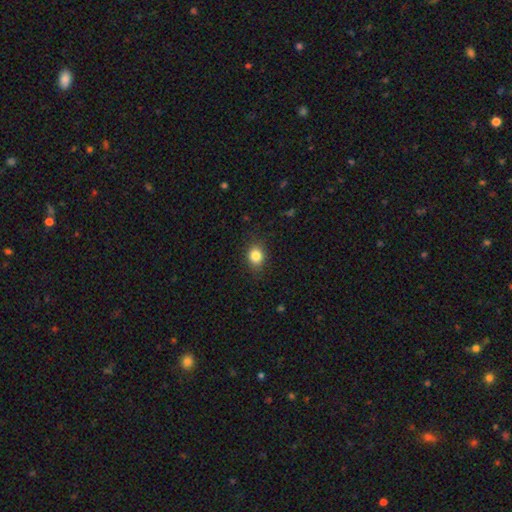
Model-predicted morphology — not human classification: Q: Smooth or featured?
A: smooth (84%); runner-up: star or artifact (10%)
Q: How rounded?
A: round (53%); runner-up: in between (46%)
Q: Merging?
A: none (84%); runner-up: minor disturbance (12%)